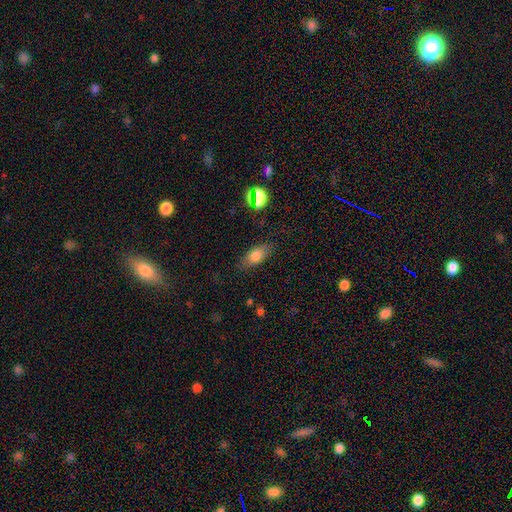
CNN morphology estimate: Overall: smooth (76%). How rounded: in between (82%). Merging: none (80%).